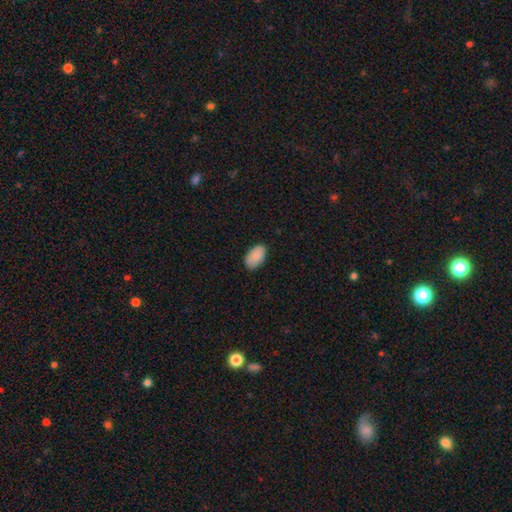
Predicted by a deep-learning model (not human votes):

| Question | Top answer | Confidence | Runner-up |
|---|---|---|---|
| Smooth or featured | smooth | 88% | star or artifact (7%) |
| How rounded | in between | 94% | round (4%) |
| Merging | none | 83% | minor disturbance (14%) |